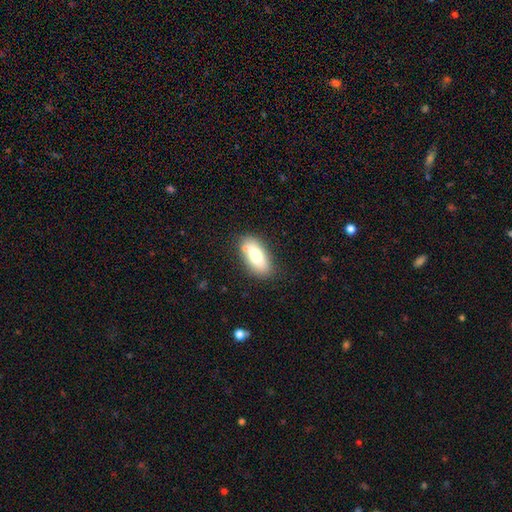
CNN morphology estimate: Smooth or featured?
  - smooth: 75% *
  - featured or disk: 18%
  - star or artifact: 7%
How rounded?
  - in between: 86% *
  - cigar-shaped: 11%
  - round: 3%
Merging?
  - none: 77% *
  - minor disturbance: 14%
  - merger: 5%
  - major disturbance: 3%